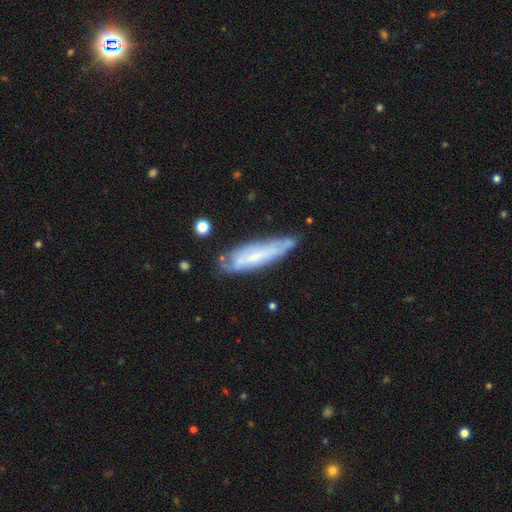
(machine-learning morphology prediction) Q: Smooth or featured?
A: featured or disk (53%); runner-up: smooth (40%)
Q: Edge-on disk?
A: no (57%); runner-up: yes (43%)
Q: Merging?
A: none (63%); runner-up: minor disturbance (26%)